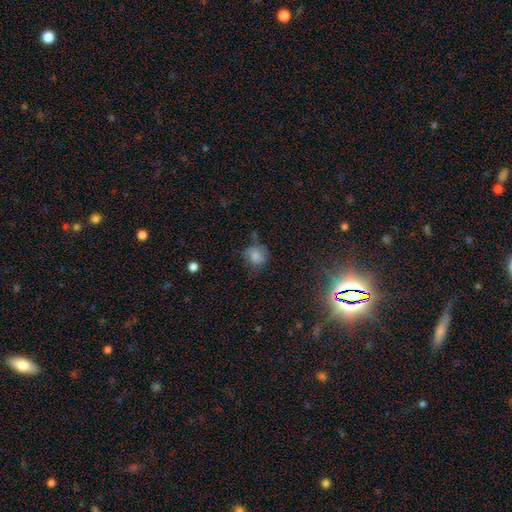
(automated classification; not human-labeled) Smooth or featured: smooth — 73% (star or artifact — 14%)
How rounded: round — 67% (in between — 32%)
Merging: none — 52% (minor disturbance — 29%)